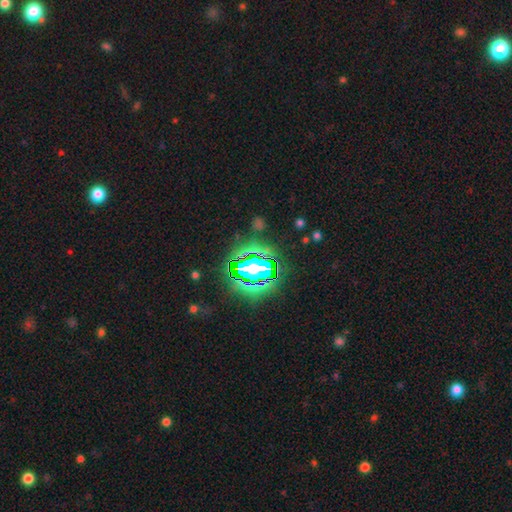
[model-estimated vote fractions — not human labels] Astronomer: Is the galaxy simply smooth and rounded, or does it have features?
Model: star or artifact — 82%.